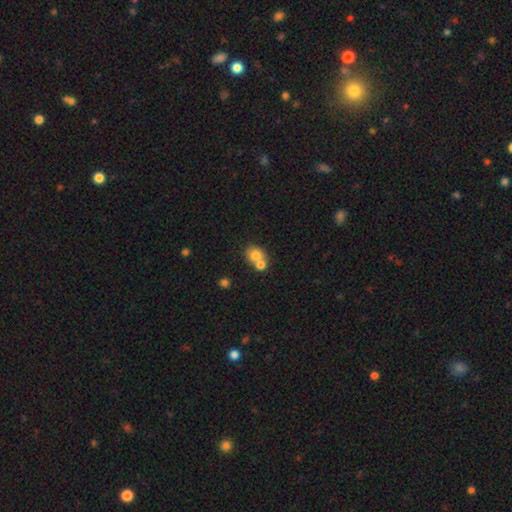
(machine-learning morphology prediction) Overall: smooth (76%). How rounded: round (67%; in between 32%). Merging: merger (54%; none 36%).